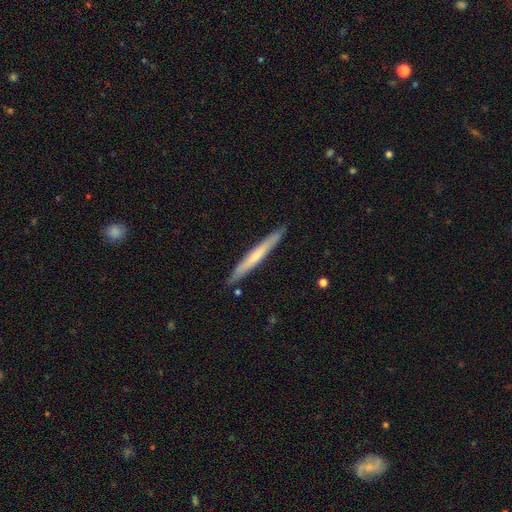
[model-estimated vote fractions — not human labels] A smooth galaxy with no disk features (50%).

Vote fractions:
- Smooth or featured? smooth: 50% / featured or disk: 45% / star or artifact: 5%
- Merging? none: 90% / minor disturbance: 7% / merger: 1% / major disturbance: 1%